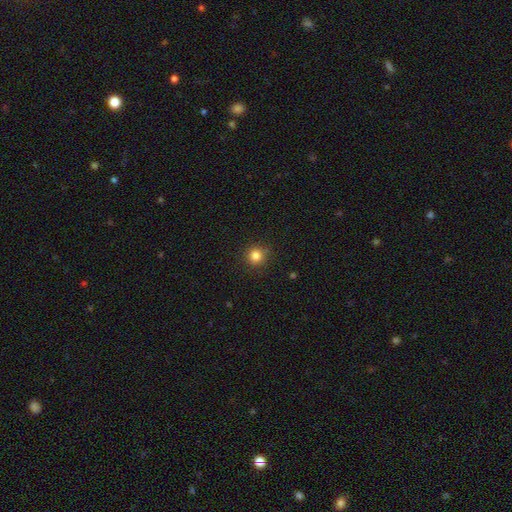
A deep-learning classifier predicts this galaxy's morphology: Smooth or featured? smooth (83%)
How rounded? round (94%)
Merging? none (90%)